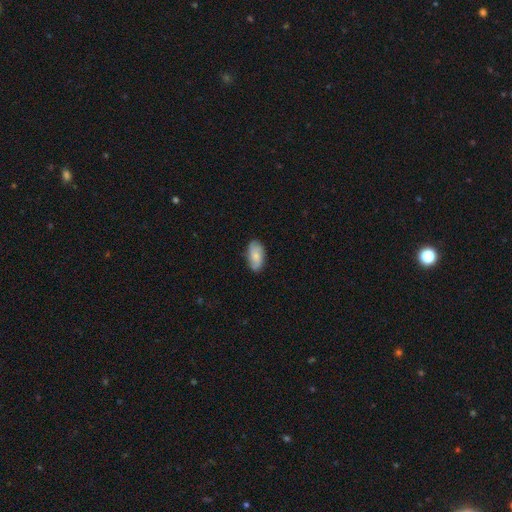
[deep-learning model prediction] Smooth or featured: smooth — 66% (featured or disk — 27%)
How rounded: in between — 92% (cigar-shaped — 4%)
Merging: none — 78% (minor disturbance — 17%)